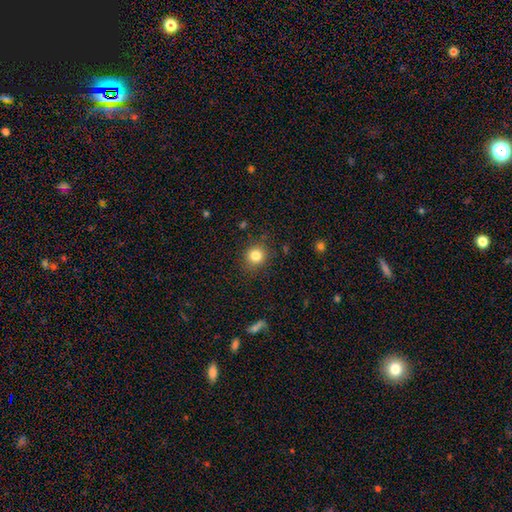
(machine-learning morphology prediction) Overall: smooth (83%). How rounded: round (84%). Merging: none (85%).